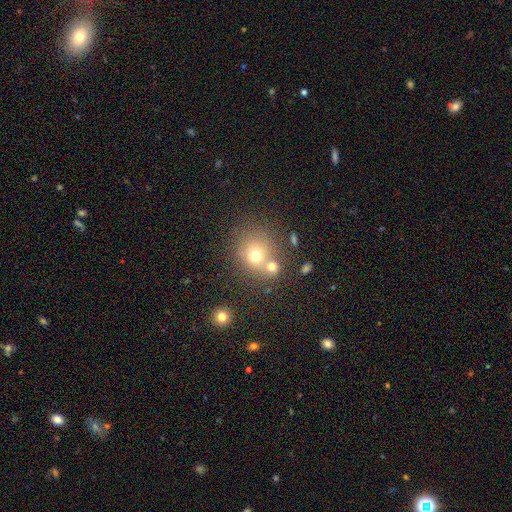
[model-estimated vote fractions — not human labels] Morphology: type=smooth (68%); roundness=round (79%); merging=none (50%).